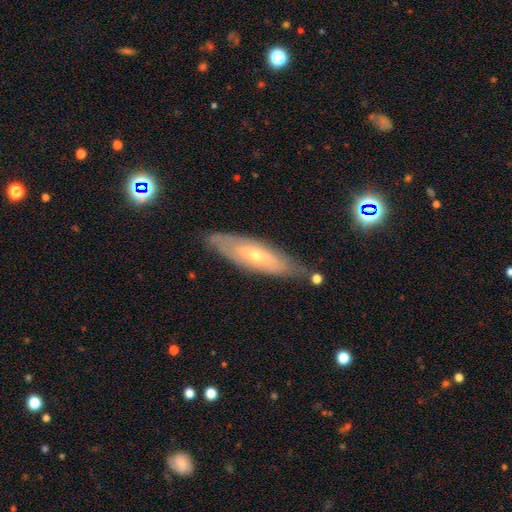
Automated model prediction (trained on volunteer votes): smooth_or_featured: featured or disk (p=0.58) [alt: smooth p=0.35]
disk_edge_on: no (p=0.63) [alt: yes p=0.37]
merging: none (p=0.75) [alt: minor disturbance p=0.18]